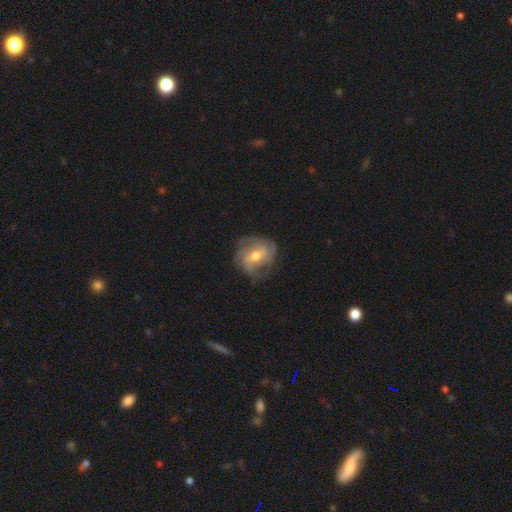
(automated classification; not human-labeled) Smooth or featured? featured or disk (83%)
Edge-on disk? no (97%)
Bar? no (45%)
Spiral arms? yes (94%)
Spiral winding? tight (52%)
Spiral arm count? 3 (31%)
Bulge size? moderate (71%)
Merging? none (73%)